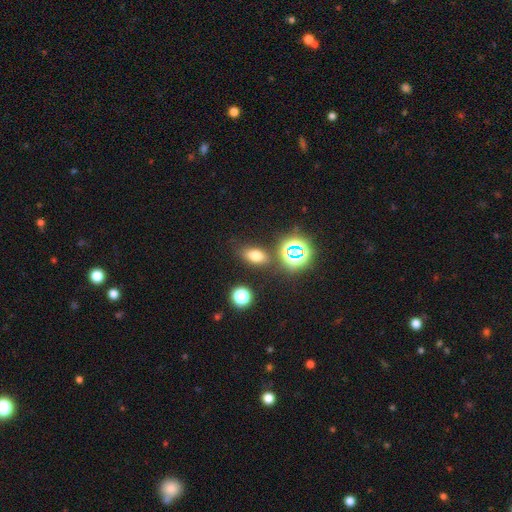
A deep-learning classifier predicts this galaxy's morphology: Smooth or featured: smooth — 66% (star or artifact — 24%)
How rounded: in between — 78% (round — 19%)
Merging: none — 80% (minor disturbance — 11%)